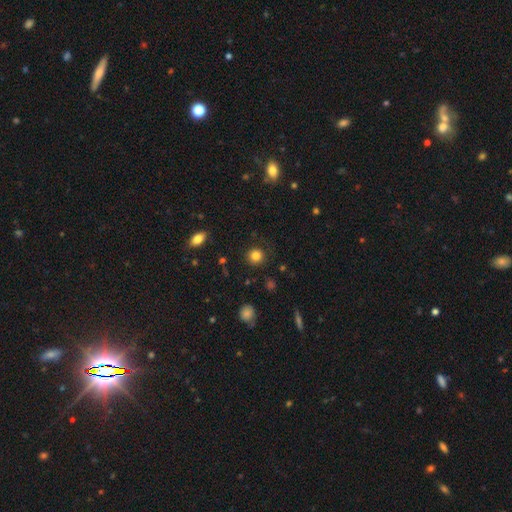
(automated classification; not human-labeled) A smooth galaxy with no disk features (83%) that is round (91%).

Vote fractions:
- Smooth or featured? smooth: 83% / star or artifact: 12% / featured or disk: 6%
- How rounded? round: 91% / in between: 8% / cigar-shaped: 1%
- Merging? none: 88% / minor disturbance: 8% / major disturbance: 3% / merger: 1%